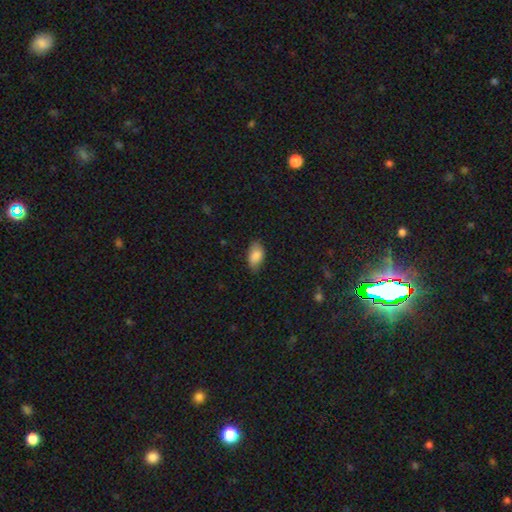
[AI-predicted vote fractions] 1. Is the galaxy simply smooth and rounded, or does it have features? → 86% smooth, 7% featured or disk, 7% star or artifact.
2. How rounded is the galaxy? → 93% in between, 5% round, 3% cigar-shaped.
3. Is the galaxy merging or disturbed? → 75% none, 20% minor disturbance, 4% major disturbance, 1% merger.